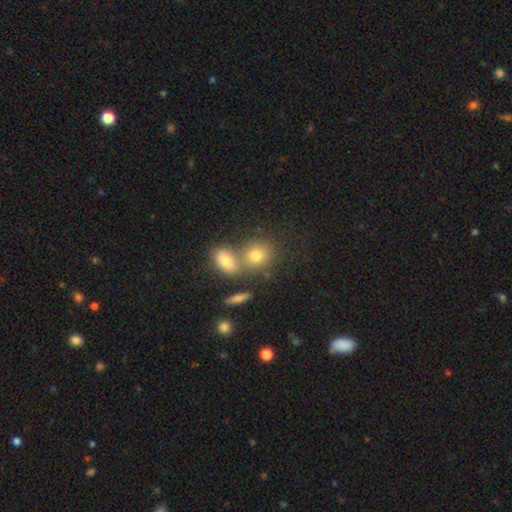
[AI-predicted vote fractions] Smooth or featured?
  - smooth: 76% *
  - featured or disk: 12%
  - star or artifact: 12%
How rounded?
  - round: 53% *
  - in between: 45%
  - cigar-shaped: 2%
Merging?
  - none: 49% *
  - merger: 38%
  - minor disturbance: 10%
  - major disturbance: 4%